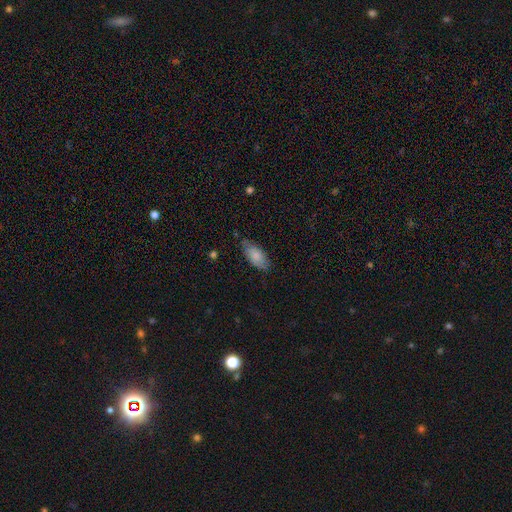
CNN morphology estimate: smooth_or_featured: smooth (p=0.80) [alt: featured or disk p=0.14]
how_rounded: in between (p=0.88) [alt: cigar-shaped p=0.10]
merging: none (p=0.71) [alt: minor disturbance p=0.23]